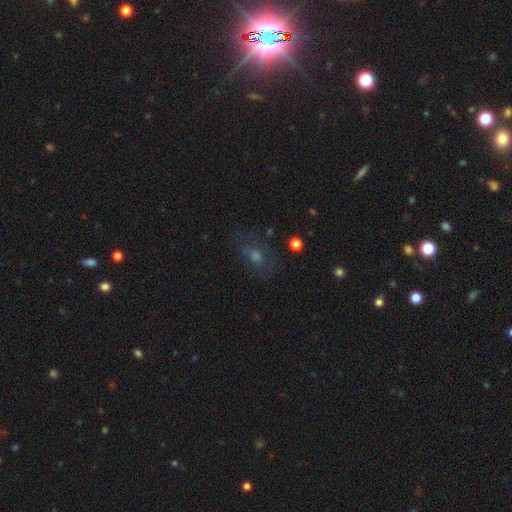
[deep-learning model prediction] This is marginally a smooth galaxy (45%). Merging: likely none (69%).